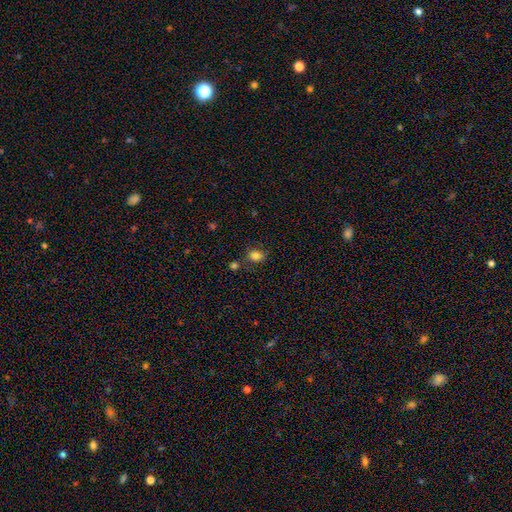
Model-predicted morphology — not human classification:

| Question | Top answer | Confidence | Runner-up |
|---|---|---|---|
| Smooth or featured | smooth | 82% | star or artifact (12%) |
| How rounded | round | 50% | in between (49%) |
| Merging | none | 70% | minor disturbance (16%) |